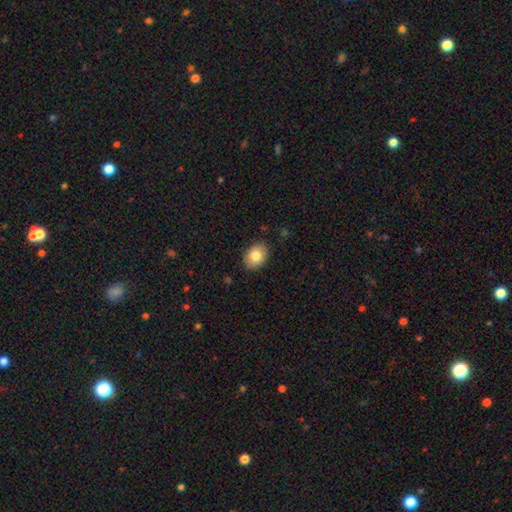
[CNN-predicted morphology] Smooth or featured? Predicted: smooth (p=0.83). How rounded? Predicted: in between (p=0.68). Merging? Predicted: none (p=0.87).